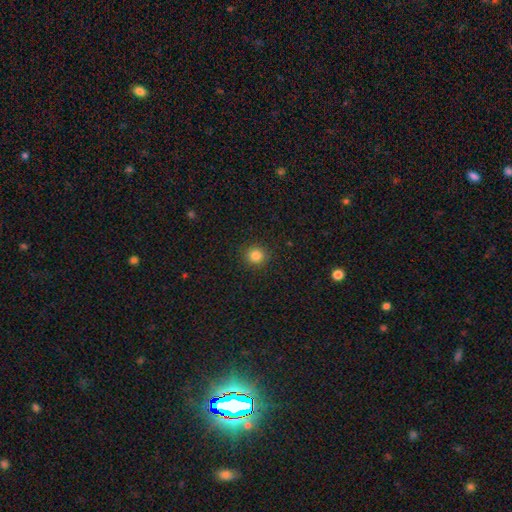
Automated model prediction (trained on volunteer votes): smooth_or_featured: smooth (p=0.84) [alt: star or artifact p=0.12]
how_rounded: round (p=0.91) [alt: in between p=0.08]
merging: none (p=0.91) [alt: minor disturbance p=0.06]